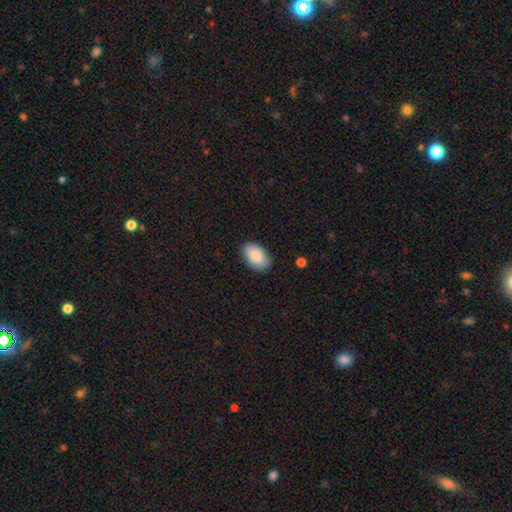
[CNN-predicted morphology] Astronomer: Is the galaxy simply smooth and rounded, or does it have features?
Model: smooth — 86%.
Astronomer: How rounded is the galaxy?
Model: in between — 93%.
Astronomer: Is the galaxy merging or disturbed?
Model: none — 81%.